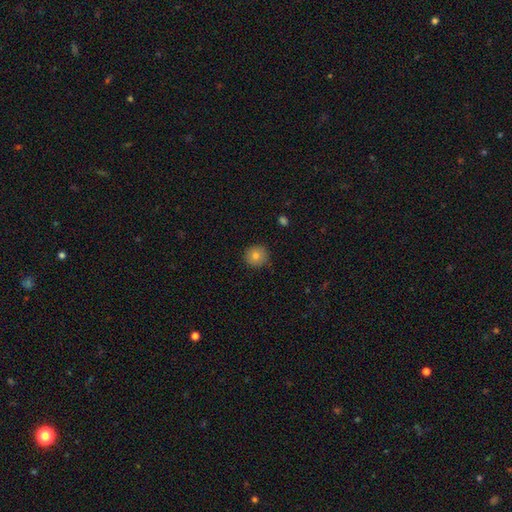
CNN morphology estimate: Overall: smooth (80%). How rounded: round (93%). Merging: none (87%).